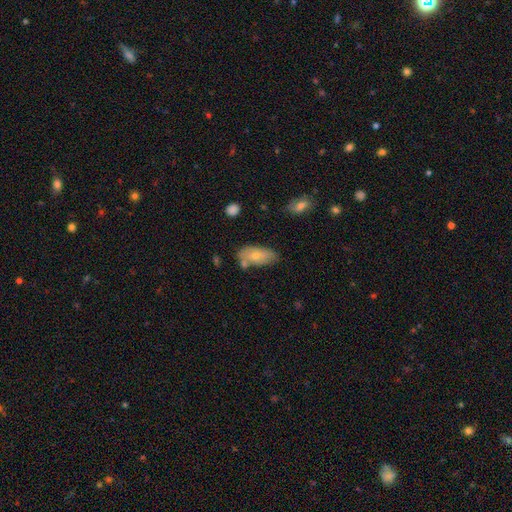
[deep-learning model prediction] A smooth galaxy with no disk features (69%) that is in between round and cigar-shaped (90%).

Vote fractions:
- Smooth or featured? smooth: 69% / featured or disk: 24% / star or artifact: 7%
- How rounded? in between: 90% / cigar-shaped: 7% / round: 3%
- Merging? none: 58% / minor disturbance: 23% / merger: 13% / major disturbance: 6%